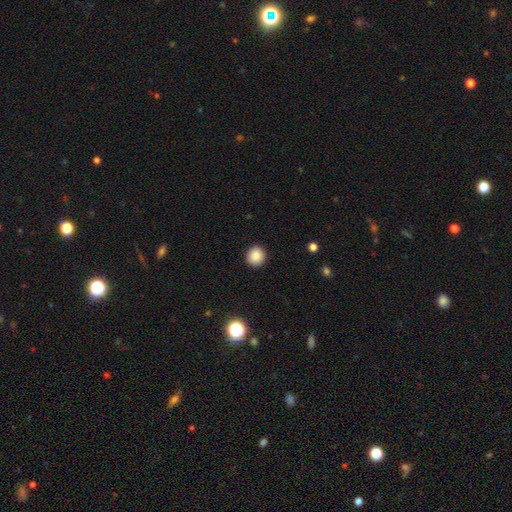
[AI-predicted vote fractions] Smooth or featured? Predicted: smooth (p=0.88). How rounded? Predicted: round (p=0.88). Merging? Predicted: none (p=0.92).